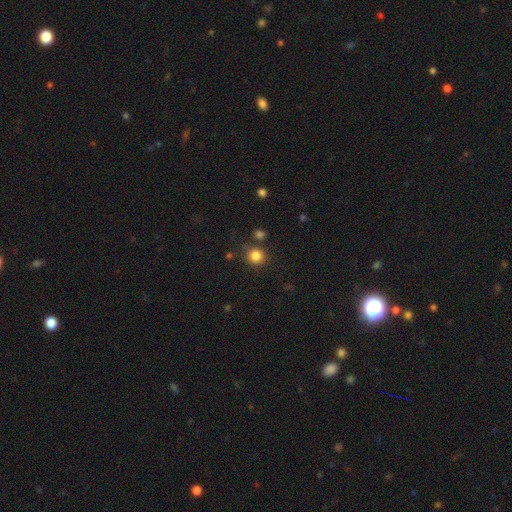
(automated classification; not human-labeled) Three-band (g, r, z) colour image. It shows a smooth galaxy with no disk features (84%) that is round (89%). Merging: none (81%).